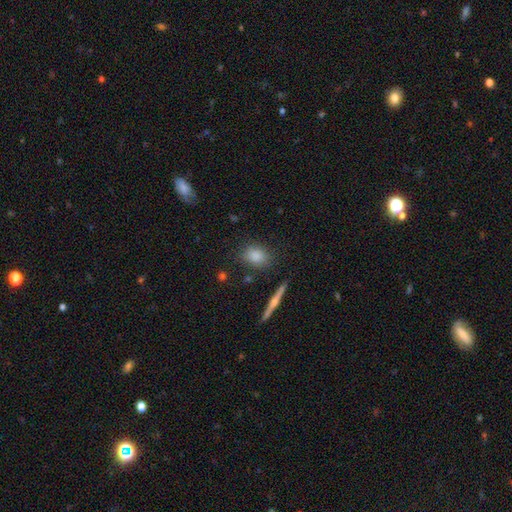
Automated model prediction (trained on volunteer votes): A smooth galaxy with no disk features (81%) that is in between round and cigar-shaped (59%). Merging: none (80%).